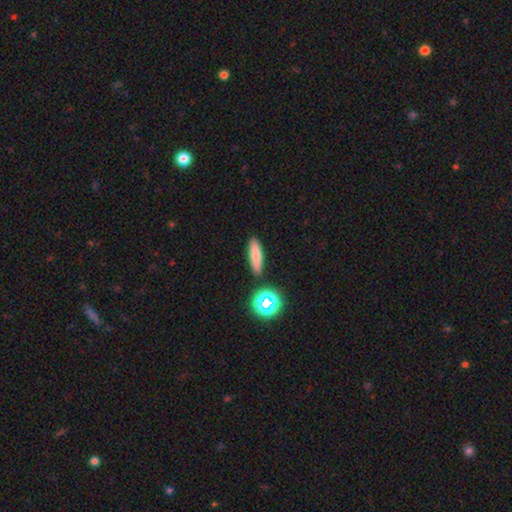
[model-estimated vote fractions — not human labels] Smooth or featured? Predicted: smooth (p=0.76). How rounded? Predicted: cigar-shaped (p=0.66). Merging? Predicted: none (p=0.87).